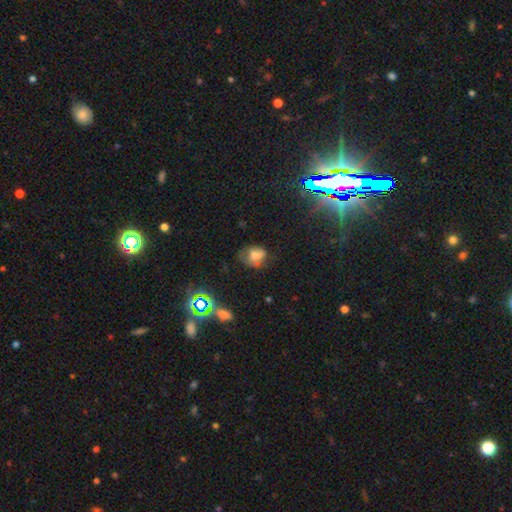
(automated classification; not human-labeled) This appears to be a smooth galaxy with no disk features (63%) that is in between round and cigar-shaped (64%). Merging: none (43%).